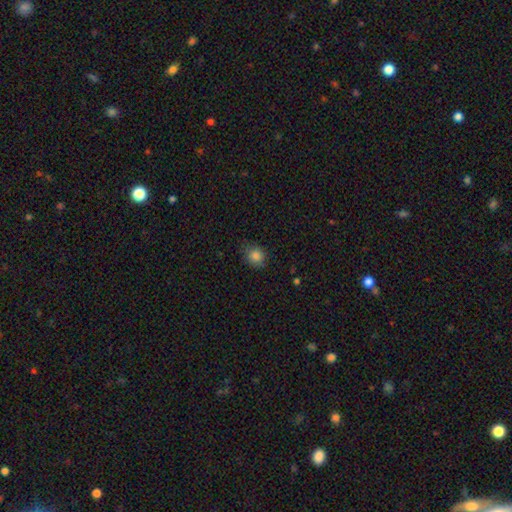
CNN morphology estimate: A smooth galaxy with no disk features (84%) that is round (71%).

Vote fractions:
- Smooth or featured? smooth: 84% / star or artifact: 10% / featured or disk: 5%
- How rounded? round: 71% / in between: 28% / cigar-shaped: 1%
- Merging? none: 76% / minor disturbance: 19% / major disturbance: 4% / merger: 1%